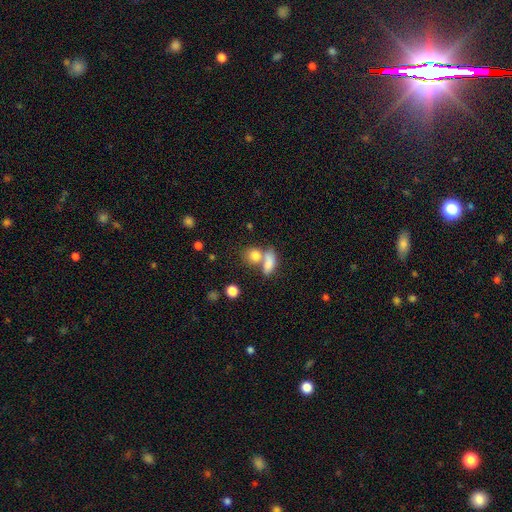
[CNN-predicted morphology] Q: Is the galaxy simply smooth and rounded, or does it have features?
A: smooth — 76%.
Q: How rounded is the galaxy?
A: in between — 52%.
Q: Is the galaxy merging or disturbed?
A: merger — 44%.